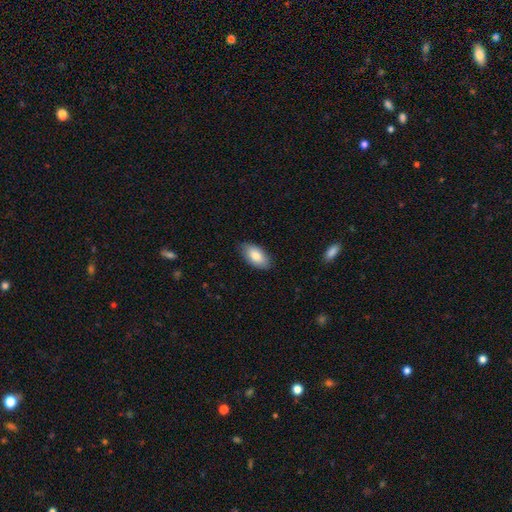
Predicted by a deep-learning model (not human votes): Smooth or featured? Predicted: smooth (p=0.83). How rounded? Predicted: in between (p=0.94). Merging? Predicted: none (p=0.85).